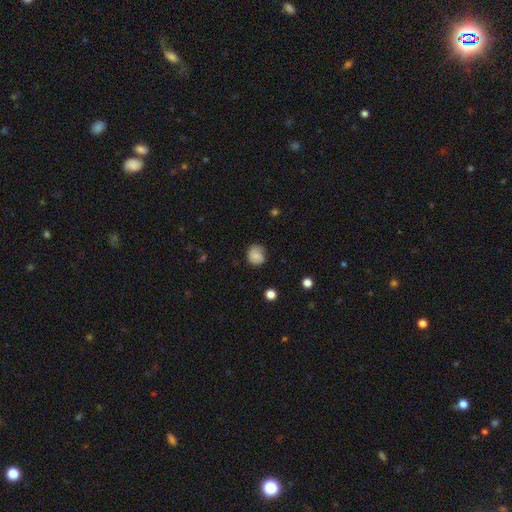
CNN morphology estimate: This appears to be a smooth galaxy with no disk features (73%) that is round (82%). Merging: none (67%).